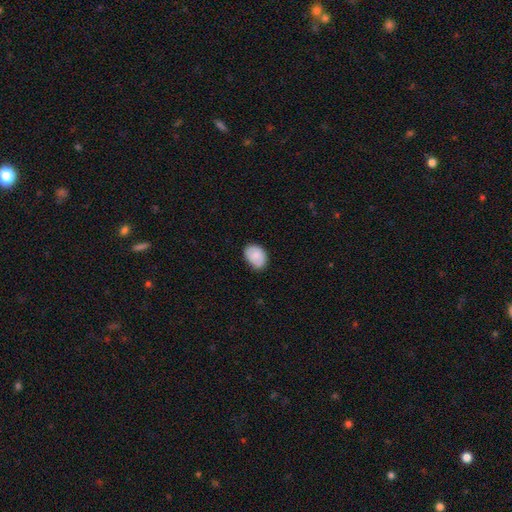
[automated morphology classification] This is clearly a smooth galaxy (83%). How rounded: likely in between (75%). Merging: likely none (73%).